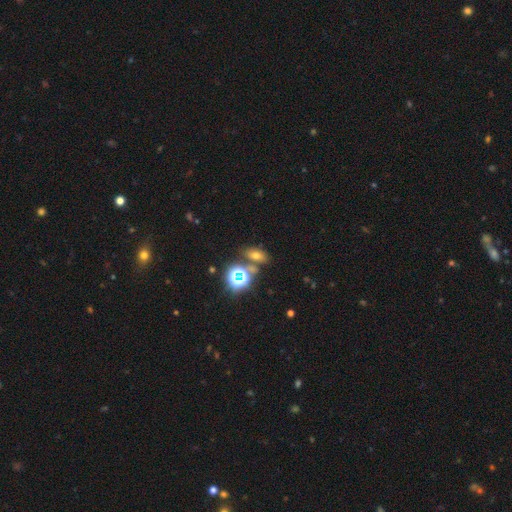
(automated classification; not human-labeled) Overall: smooth (54%; star or artifact 33%). How rounded: in between (76%). Merging: none (71%).